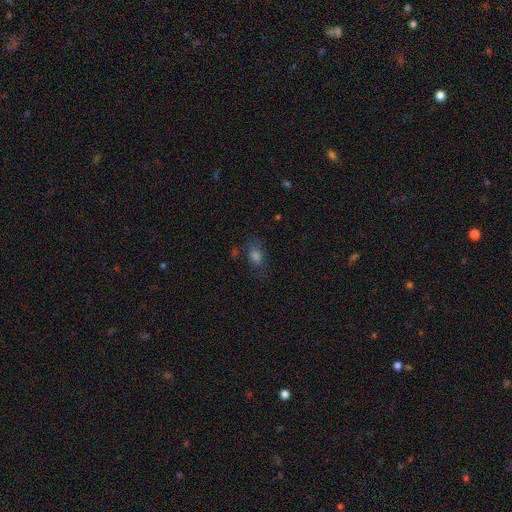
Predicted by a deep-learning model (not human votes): Smooth or featured? smooth (65%)
How rounded? in between (74%)
Merging? none (71%)